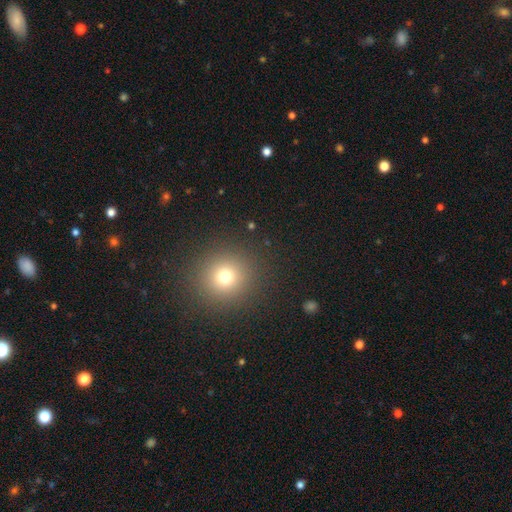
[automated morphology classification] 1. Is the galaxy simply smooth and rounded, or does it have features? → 66% smooth, 28% star or artifact, 6% featured or disk.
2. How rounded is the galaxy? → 91% round, 8% in between, 1% cigar-shaped.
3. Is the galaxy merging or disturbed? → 92% none, 4% minor disturbance, 2% major disturbance, 1% merger.